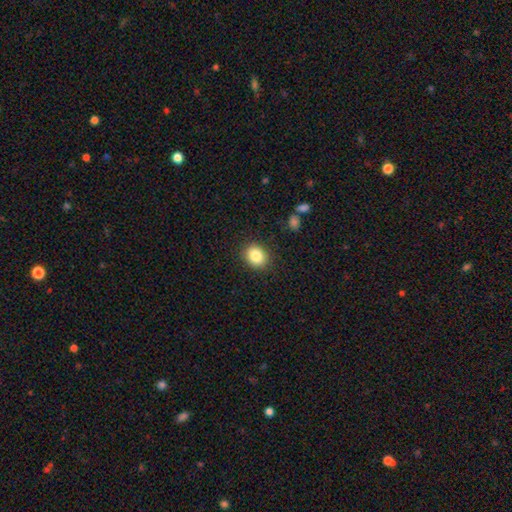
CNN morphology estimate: Smooth or featured? Predicted: smooth (p=0.84). How rounded? Predicted: round (p=0.58). Merging? Predicted: none (p=0.88).